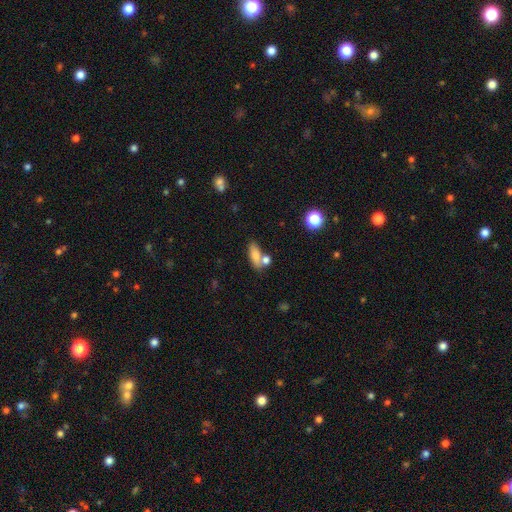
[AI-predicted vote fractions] Smooth or featured?
  - smooth: 79% *
  - featured or disk: 12%
  - star or artifact: 9%
How rounded?
  - in between: 74% *
  - cigar-shaped: 20%
  - round: 6%
Merging?
  - none: 53% *
  - merger: 28%
  - minor disturbance: 14%
  - major disturbance: 5%